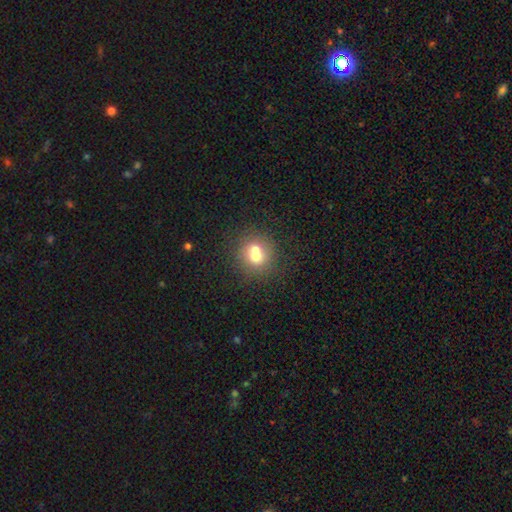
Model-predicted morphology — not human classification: Smooth or featured: smooth — 68% (featured or disk — 20%)
How rounded: round — 77% (in between — 22%)
Merging: none — 47% (merger — 37%)